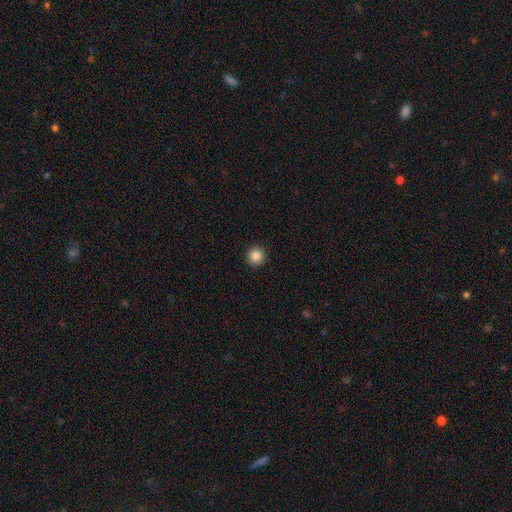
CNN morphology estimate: The model was most divided on "smooth or featured": smooth: 85%, star or artifact: 10%, featured or disk: 4%. More confident: how rounded — round (95%); merging — none (93%).